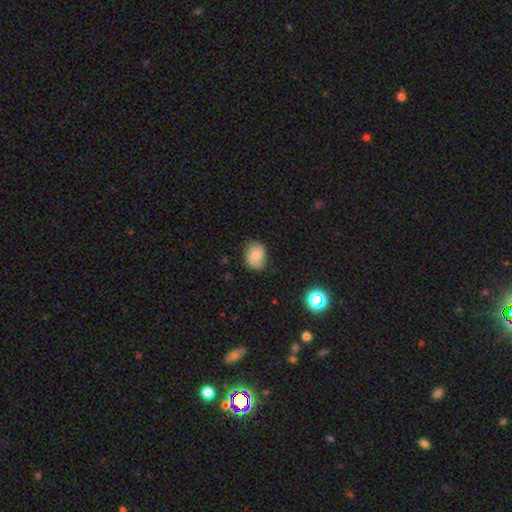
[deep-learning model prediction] Overall: smooth (66%). How rounded: in between (59%; round 40%). Merging: none (71%).